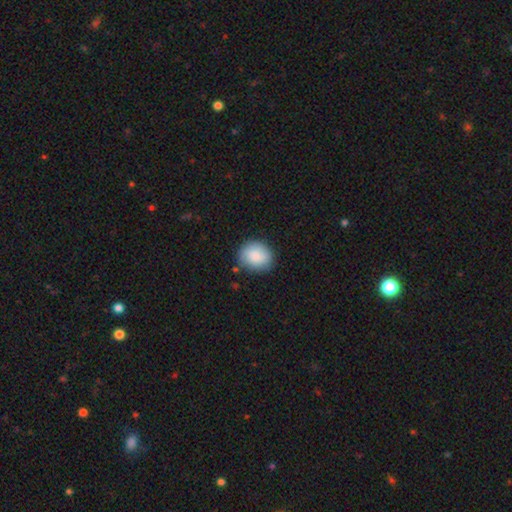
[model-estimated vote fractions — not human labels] Overall: smooth (87%). How rounded: round (67%; in between 32%). Merging: none (82%).